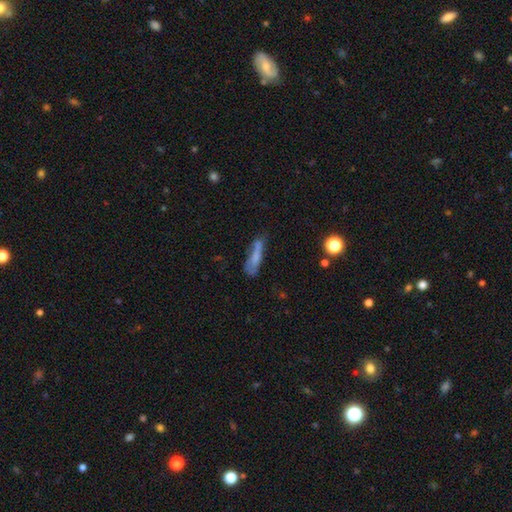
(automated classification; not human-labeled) Smooth or featured?
  - smooth: 58% *
  - featured or disk: 29%
  - star or artifact: 12%
How rounded?
  - cigar-shaped: 71% *
  - in between: 26%
  - round: 3%
Merging?
  - none: 44% *
  - minor disturbance: 28%
  - major disturbance: 19%
  - merger: 9%